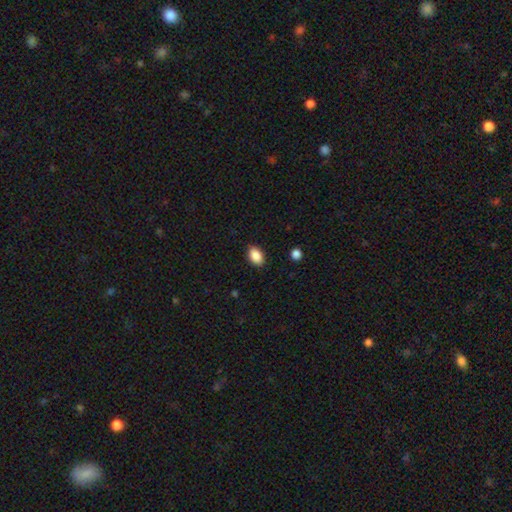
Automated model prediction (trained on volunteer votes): Morphology: type=smooth (88%); roundness=in between (88%); merging=none (88%).